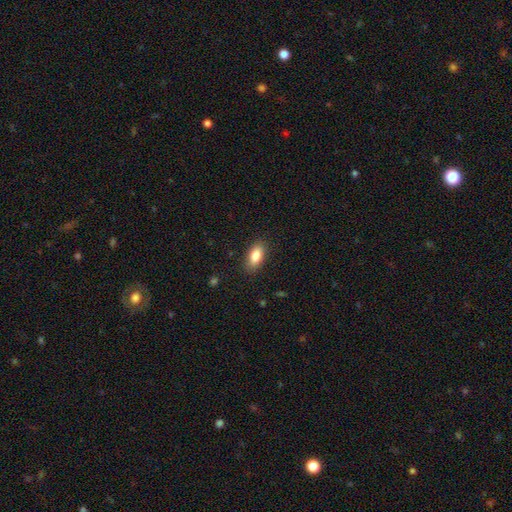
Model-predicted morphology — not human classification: Smooth or featured: smooth — 85% (featured or disk — 8%)
How rounded: in between — 89% (cigar-shaped — 7%)
Merging: none — 87% (minor disturbance — 10%)